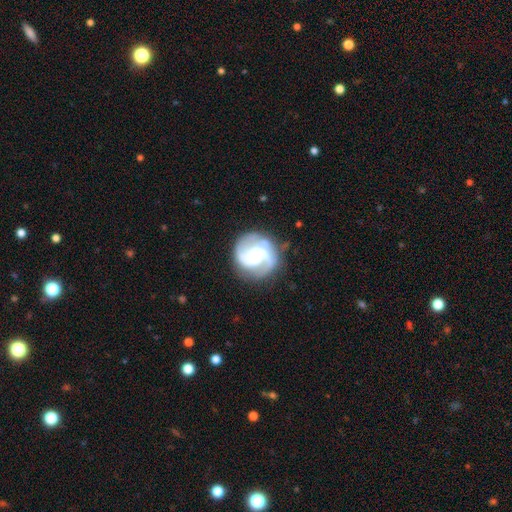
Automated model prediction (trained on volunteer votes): featured or disk 79%, smooth 15%, star or artifact 6%. Down the decision tree: edge-on disk — no (98%); bar — no (56%); spiral arms — yes (92%); spiral arm count — 2 (59%); spiral winding — medium (46%); bulge size — small (41%, tied with moderate); merging — none (65%).